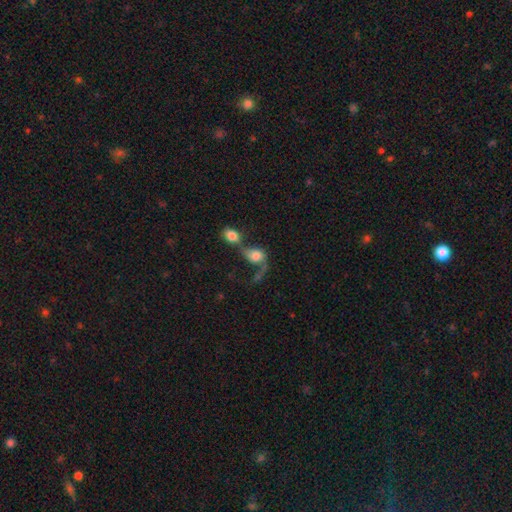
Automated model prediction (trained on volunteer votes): Smooth or featured?
  - smooth: 52% *
  - featured or disk: 37%
  - star or artifact: 11%
How rounded?
  - round: 50% *
  - in between: 47%
  - cigar-shaped: 3%
Merging?
  - merger: 65% *
  - major disturbance: 16%
  - none: 12%
  - minor disturbance: 7%